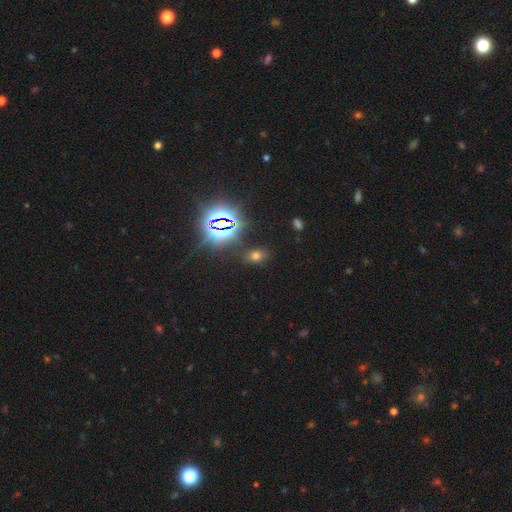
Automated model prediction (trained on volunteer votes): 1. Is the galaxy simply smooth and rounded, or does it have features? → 53% smooth, 39% star or artifact, 8% featured or disk.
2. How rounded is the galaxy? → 67% in between, 31% round, 2% cigar-shaped.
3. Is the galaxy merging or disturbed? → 81% none, 11% minor disturbance, 4% major disturbance, 3% merger.